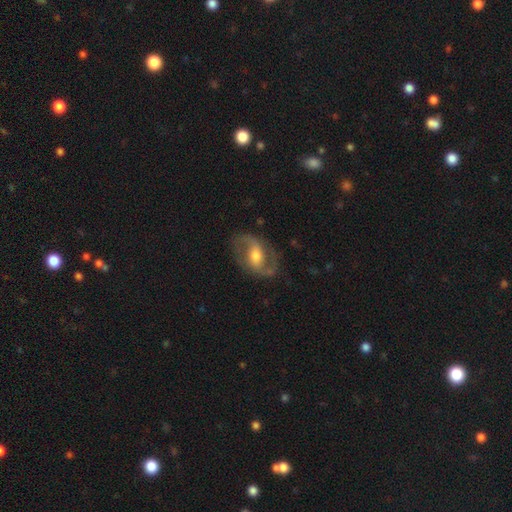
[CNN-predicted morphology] The model was most divided on "bar": weak: 45%, strong: 29%, no: 26%. More confident: edge-on disk — no (96%); spiral arm count — 2 (91%); spiral arms — yes (91%); smooth or featured — featured or disk (81%); merging — none (78%); bulge size — moderate (64%); spiral winding — medium (51%).